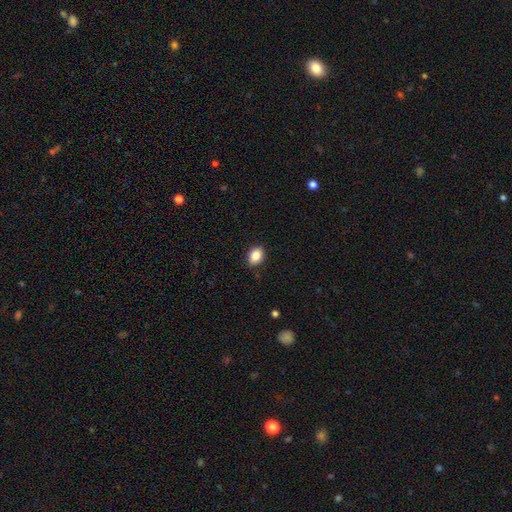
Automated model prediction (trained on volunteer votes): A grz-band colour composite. It shows a smooth galaxy with no disk features (87%) that is in between round and cigar-shaped (68%). Merging: none (87%).